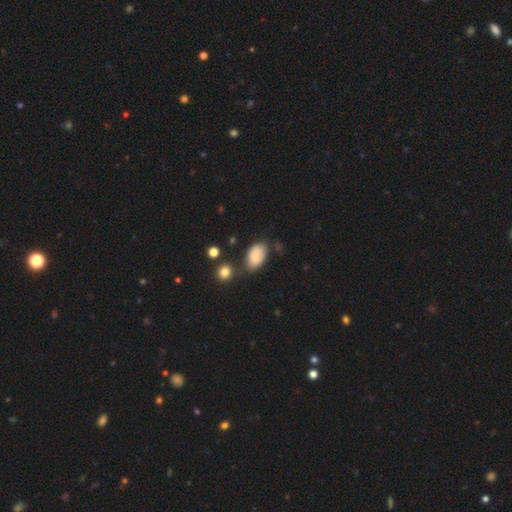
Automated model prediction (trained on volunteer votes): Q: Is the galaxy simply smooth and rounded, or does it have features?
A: smooth — 84%.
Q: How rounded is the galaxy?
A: in between — 92%.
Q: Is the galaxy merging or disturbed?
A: none — 59%.